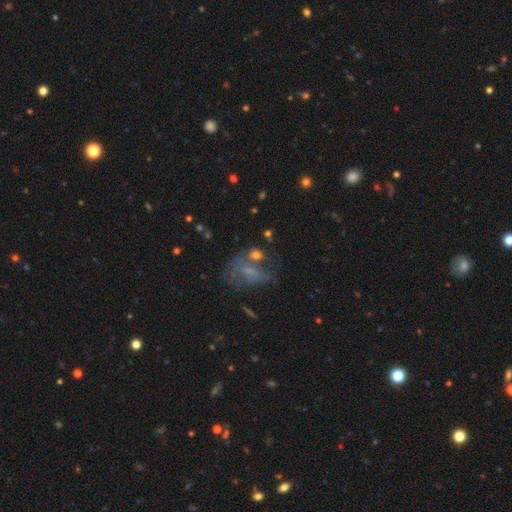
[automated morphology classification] The model was most divided on "smooth or featured": smooth: 43%, featured or disk: 35%, star or artifact: 22%. Remaining: merging — none (40%).